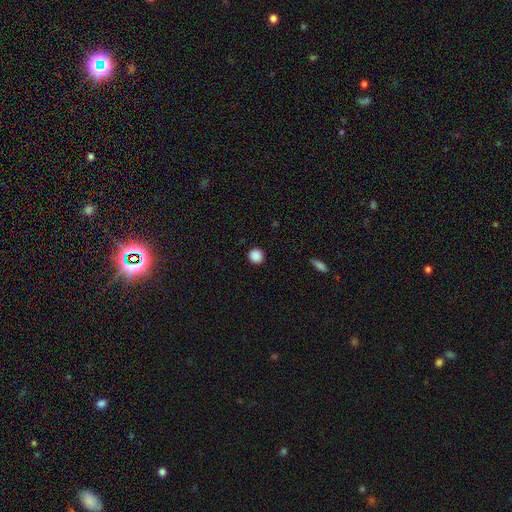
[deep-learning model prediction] Smooth or featured? Predicted: smooth (p=0.88). How rounded? Predicted: round (p=0.91). Merging? Predicted: none (p=0.92).